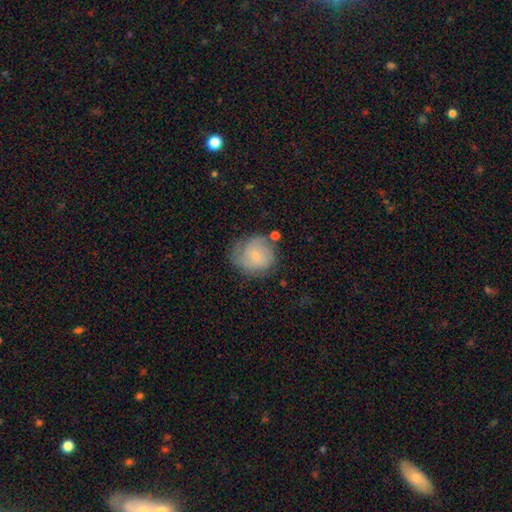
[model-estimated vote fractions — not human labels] The model was most divided on "smooth or featured": smooth: 47%, featured or disk: 45%, star or artifact: 8%. More confident: merging — none (60%).